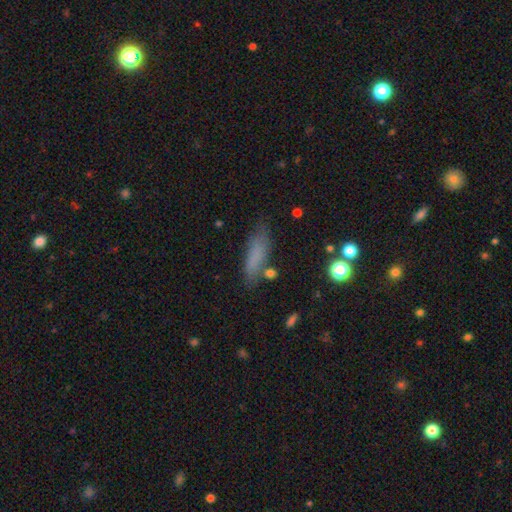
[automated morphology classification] Smooth or featured?
  - smooth: 76% *
  - featured or disk: 14%
  - star or artifact: 11%
How rounded?
  - cigar-shaped: 57% *
  - in between: 40%
  - round: 3%
Merging?
  - none: 71% *
  - minor disturbance: 19%
  - major disturbance: 6%
  - merger: 5%